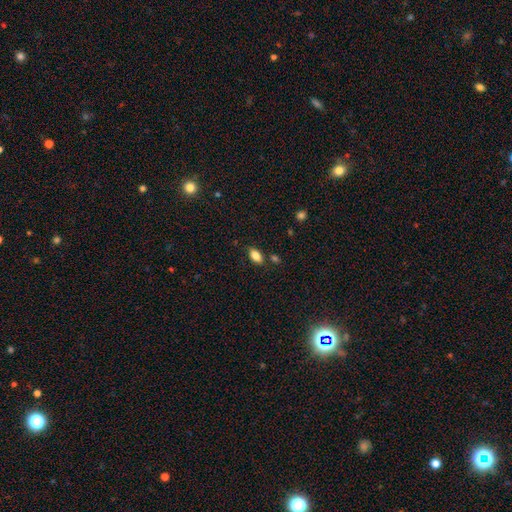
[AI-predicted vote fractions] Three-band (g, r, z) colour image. It shows a smooth galaxy with no disk features (83%) that is in between round and cigar-shaped (90%). Merging: none (78%).